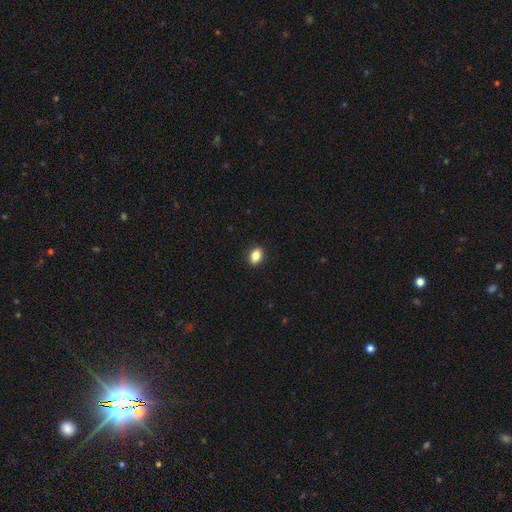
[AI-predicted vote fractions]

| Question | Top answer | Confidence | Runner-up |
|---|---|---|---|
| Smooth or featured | smooth | 85% | star or artifact (9%) |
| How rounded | in between | 78% | round (20%) |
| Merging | none | 90% | minor disturbance (7%) |